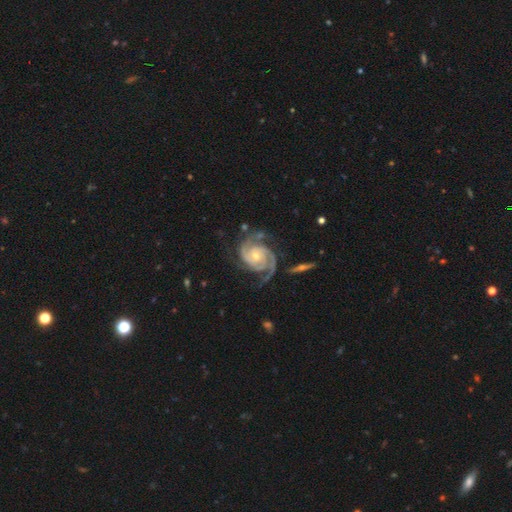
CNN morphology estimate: Smooth or featured? Predicted: featured or disk (p=0.93). Edge-on disk? Predicted: no (p=0.98). Bar? Predicted: no (p=0.68). Spiral arms? Predicted: yes (p=0.98). Spiral winding? Predicted: tight (p=0.53). Spiral arm count? Predicted: 2 (p=0.62). Bulge size? Predicted: small (p=0.58). Merging? Predicted: none (p=0.66).